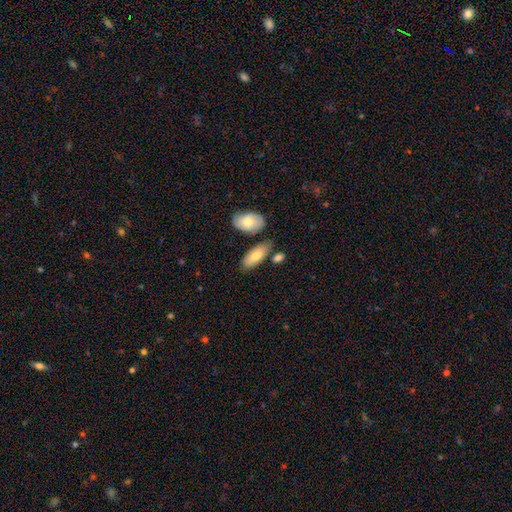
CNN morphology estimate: Smooth or featured?
  - smooth: 77% *
  - featured or disk: 17%
  - star or artifact: 6%
How rounded?
  - in between: 83% *
  - cigar-shaped: 15%
  - round: 2%
Merging?
  - none: 68% *
  - minor disturbance: 15%
  - merger: 13%
  - major disturbance: 4%